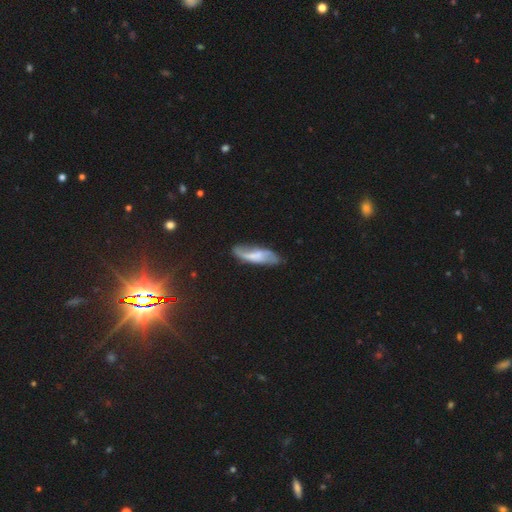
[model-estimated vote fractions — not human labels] featured or disk 55%, smooth 38%, star or artifact 7%. Down the decision tree: edge-on disk — no (78%); merging — none (61%).